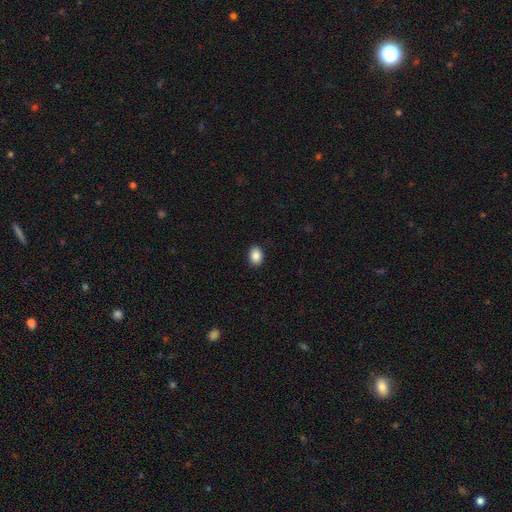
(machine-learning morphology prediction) Smooth or featured?
  - smooth: 88% *
  - star or artifact: 8%
  - featured or disk: 4%
How rounded?
  - in between: 69% *
  - round: 30%
  - cigar-shaped: 1%
Merging?
  - none: 90% *
  - minor disturbance: 7%
  - major disturbance: 2%
  - merger: 1%